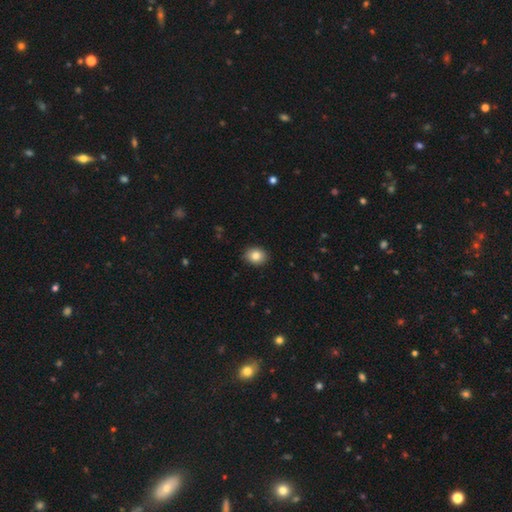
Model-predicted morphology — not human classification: Overall: smooth (84%). How rounded: round (50%; in between 49%). Merging: none (90%).